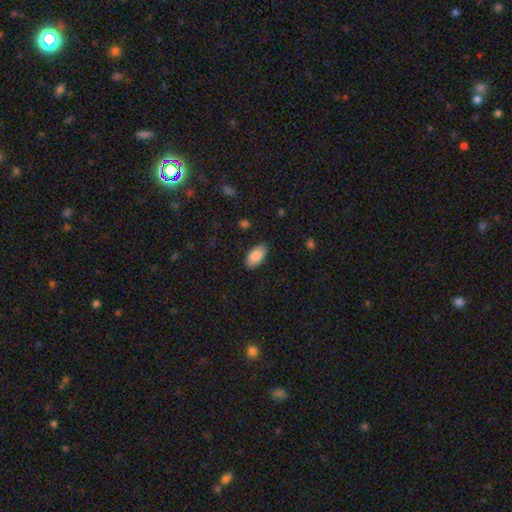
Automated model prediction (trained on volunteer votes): Smooth or featured?
  - smooth: 87% *
  - star or artifact: 6%
  - featured or disk: 6%
How rounded?
  - in between: 94% *
  - cigar-shaped: 3%
  - round: 3%
Merging?
  - none: 81% *
  - minor disturbance: 15%
  - major disturbance: 3%
  - merger: 1%